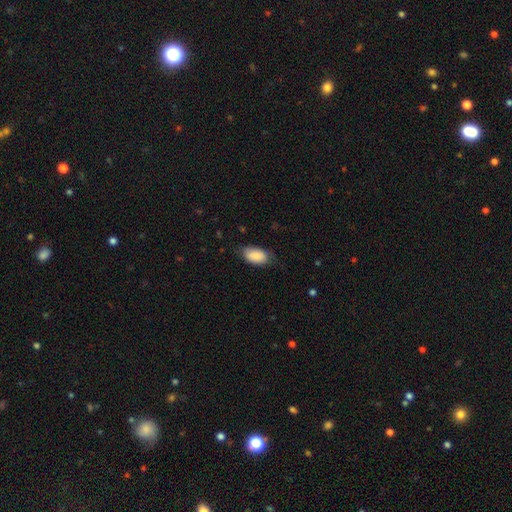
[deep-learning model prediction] Overall: smooth (88%). How rounded: in between (94%). Merging: none (72%).